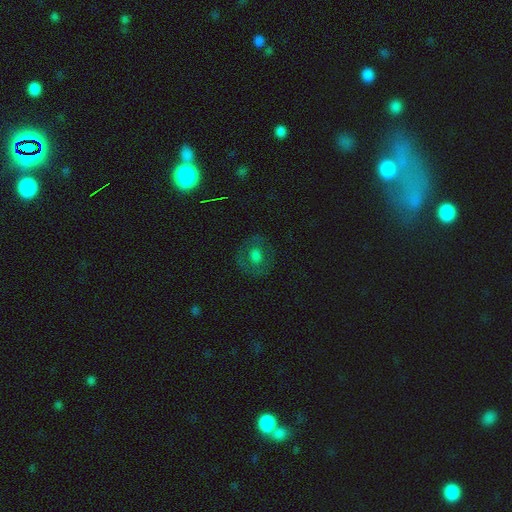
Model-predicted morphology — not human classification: Smooth or featured? smooth (44%)
Merging? none (76%)